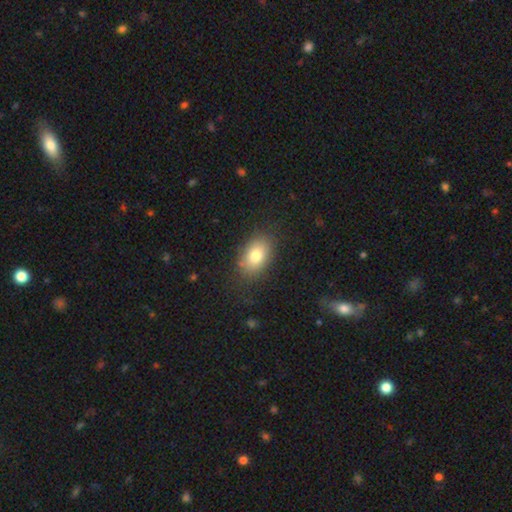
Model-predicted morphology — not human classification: Smooth or featured? smooth (79%)
How rounded? in between (85%)
Merging? none (80%)